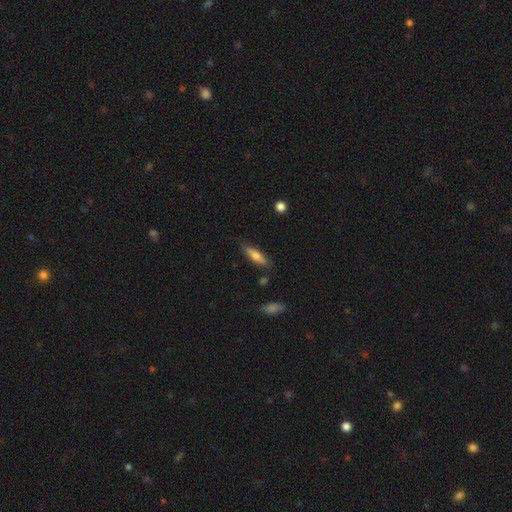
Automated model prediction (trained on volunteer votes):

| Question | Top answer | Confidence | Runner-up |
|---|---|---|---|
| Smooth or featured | smooth | 67% | featured or disk (27%) |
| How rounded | cigar-shaped | 60% | in between (38%) |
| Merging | none | 81% | minor disturbance (14%) |